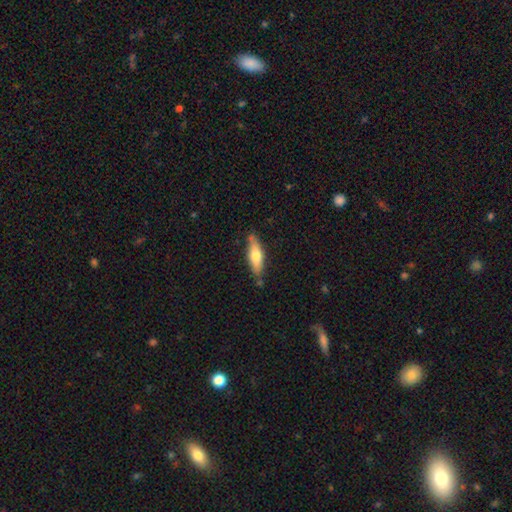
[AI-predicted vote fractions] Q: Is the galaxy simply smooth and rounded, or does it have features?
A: smooth — 63%.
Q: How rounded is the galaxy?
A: cigar-shaped — 53%.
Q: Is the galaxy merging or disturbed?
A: none — 76%.